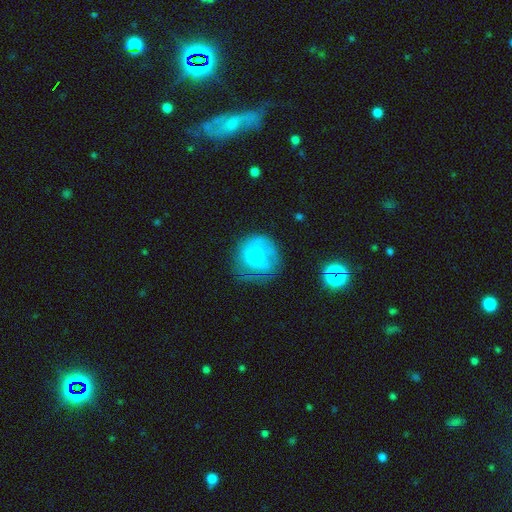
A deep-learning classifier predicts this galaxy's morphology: Smooth or featured: smooth — 55% (featured or disk — 36%)
How rounded: round — 80% (in between — 19%)
Merging: none — 44% (major disturbance — 28%)